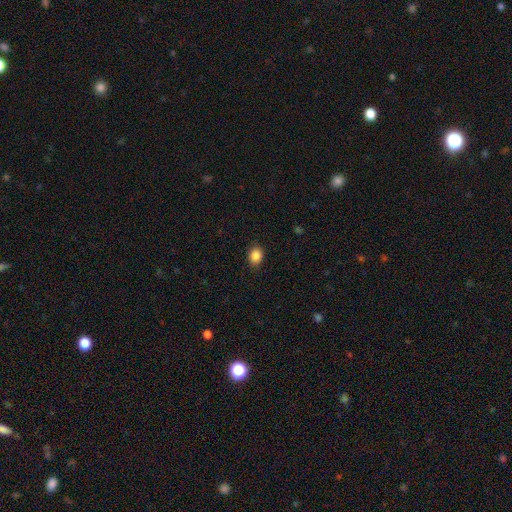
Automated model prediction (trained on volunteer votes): smooth_or_featured: smooth (p=0.86) [alt: star or artifact p=0.09]
how_rounded: round (p=0.51) [alt: in between p=0.48]
merging: none (p=0.88) [alt: minor disturbance p=0.09]